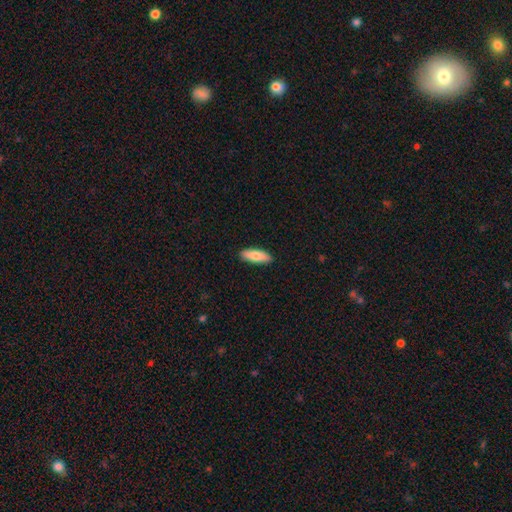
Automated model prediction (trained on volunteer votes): Q: Smooth or featured?
A: smooth (77%); runner-up: featured or disk (17%)
Q: How rounded?
A: in between (62%); runner-up: cigar-shaped (36%)
Q: Merging?
A: none (90%); runner-up: minor disturbance (7%)